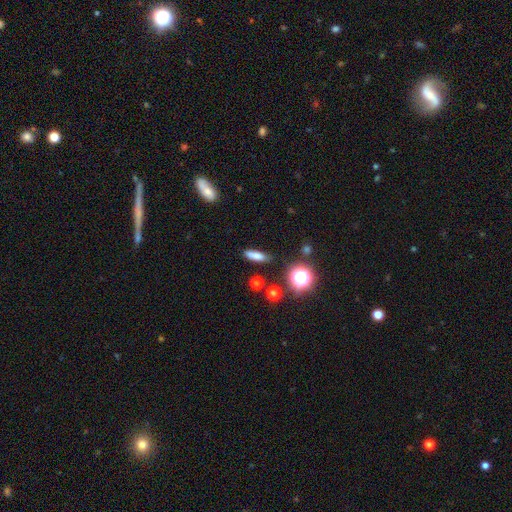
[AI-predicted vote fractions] This is likely a smooth galaxy (75%). How rounded: possibly cigar-shaped (57%). Merging: likely none (80%).